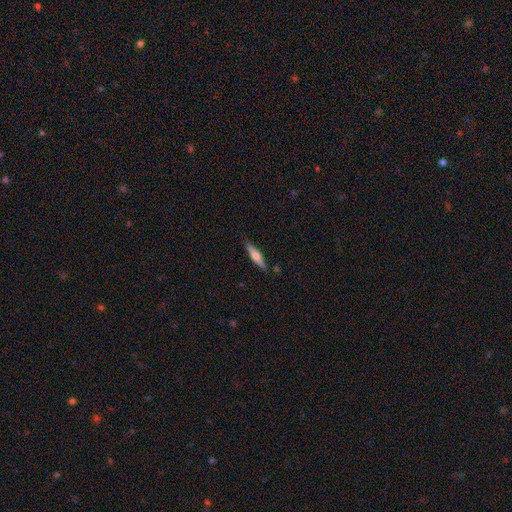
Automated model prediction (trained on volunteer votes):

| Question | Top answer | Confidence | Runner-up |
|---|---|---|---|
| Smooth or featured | featured or disk | 53% | smooth (41%) |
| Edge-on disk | yes | 95% | no (5%) |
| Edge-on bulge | rounded | 88% | boxy (6%) |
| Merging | none | 88% | minor disturbance (9%) |